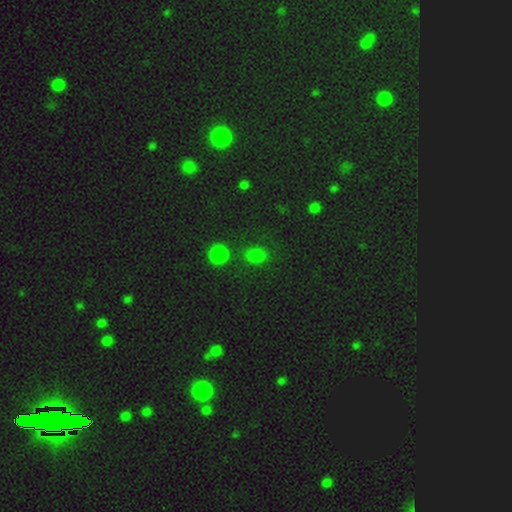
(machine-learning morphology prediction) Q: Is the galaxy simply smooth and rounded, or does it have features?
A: smooth — 75%.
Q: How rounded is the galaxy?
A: round — 52%.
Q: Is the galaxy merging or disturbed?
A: none — 78%.